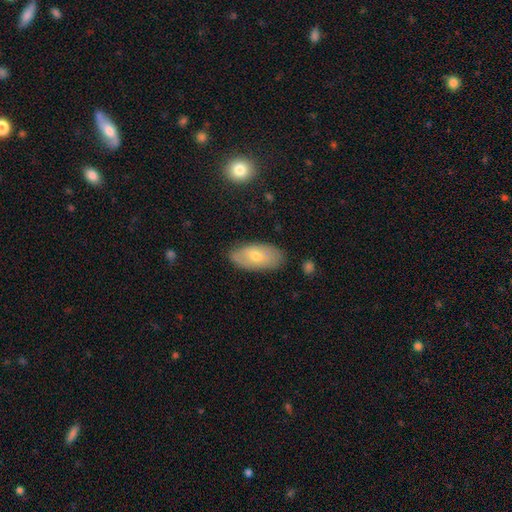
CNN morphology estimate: smooth_or_featured: smooth (p=0.61) [alt: featured or disk p=0.33]
how_rounded: in between (p=0.93) [alt: cigar-shaped p=0.04]
merging: none (p=0.80) [alt: minor disturbance p=0.15]